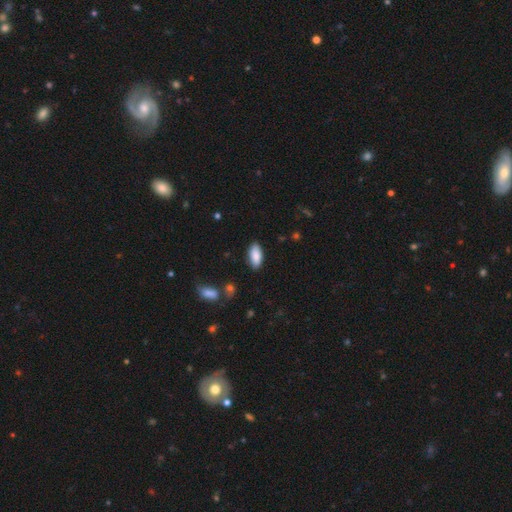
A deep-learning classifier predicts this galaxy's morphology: smooth 87%, featured or disk 6%, star or artifact 6%. Down the decision tree: how rounded — in between (86%); merging — none (86%).